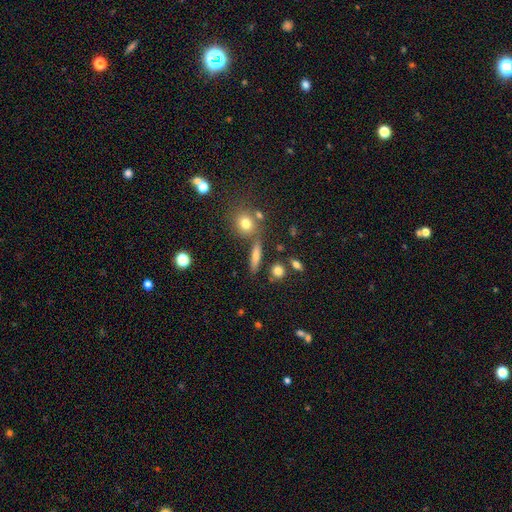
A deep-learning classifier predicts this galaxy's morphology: Smooth or featured: smooth — 66% (featured or disk — 23%)
How rounded: cigar-shaped — 62% (in between — 24%)
Merging: none — 76% (minor disturbance — 11%)